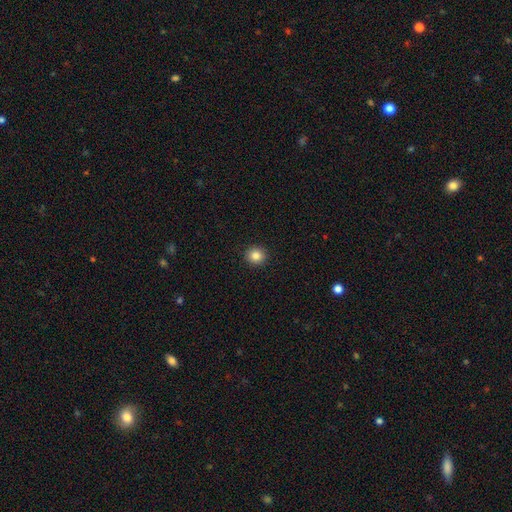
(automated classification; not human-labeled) The model was most divided on "smooth or featured": smooth: 84%, star or artifact: 11%, featured or disk: 5%. More confident: merging — none (93%); how rounded — round (92%).